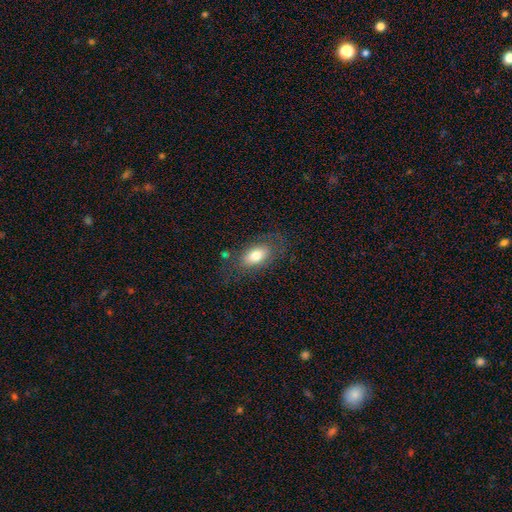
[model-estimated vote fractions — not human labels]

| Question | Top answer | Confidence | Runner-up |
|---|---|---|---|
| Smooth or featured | smooth | 73% | featured or disk (19%) |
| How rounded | in between | 89% | round (7%) |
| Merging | none | 71% | minor disturbance (18%) |